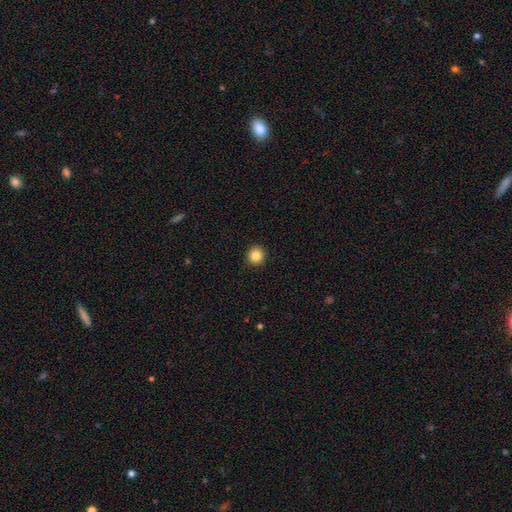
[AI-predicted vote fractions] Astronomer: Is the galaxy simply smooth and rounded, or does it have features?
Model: smooth — 85%.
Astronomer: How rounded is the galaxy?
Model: round — 94%.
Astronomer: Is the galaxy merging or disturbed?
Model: none — 93%.